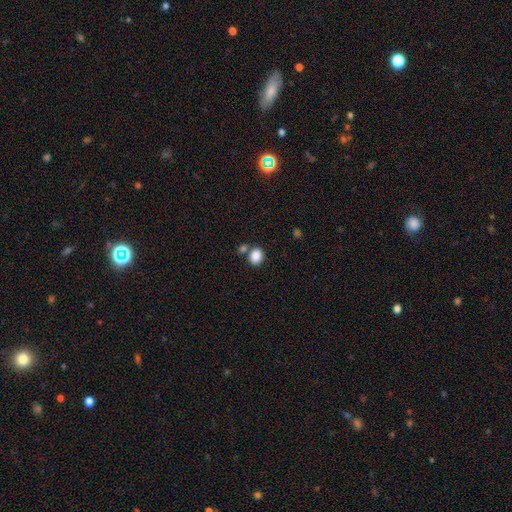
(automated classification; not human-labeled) A smooth galaxy with no disk features (87%) that is in between round and cigar-shaped (51%). Merging: none (64%).